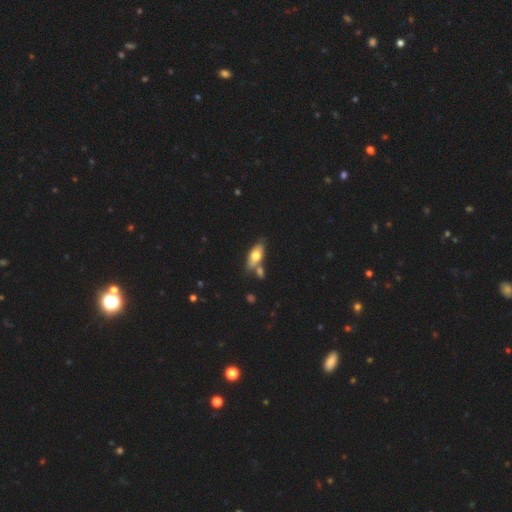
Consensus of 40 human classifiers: smooth_or_featured: smooth (p=0.55) [alt: featured or disk p=0.42]
how_rounded: in between (p=0.59) [alt: cigar-shaped p=0.32]
merging: none (p=0.54) [alt: minor disturbance p=0.21]